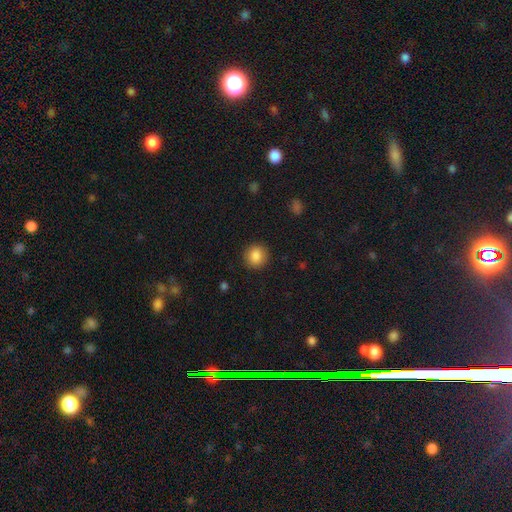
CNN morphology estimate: smooth_or_featured: smooth (p=0.87) [alt: star or artifact p=0.09]
how_rounded: round (p=0.87) [alt: in between p=0.12]
merging: none (p=0.89) [alt: minor disturbance p=0.07]